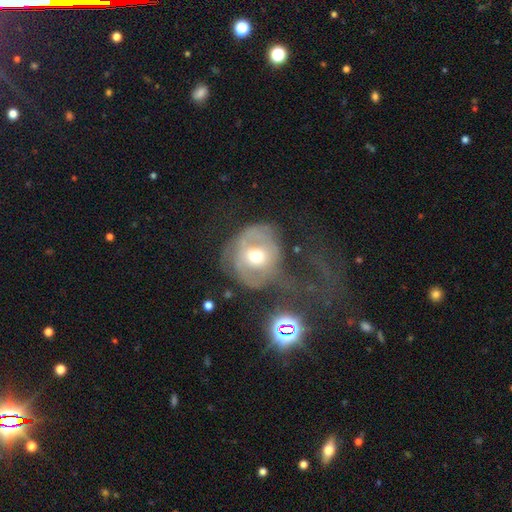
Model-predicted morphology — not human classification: A featured or disk galaxy (58%) with no bar (64%), spiral arms (54%) and a moderate central bulge (72%). Merging: major disturbance (38%).